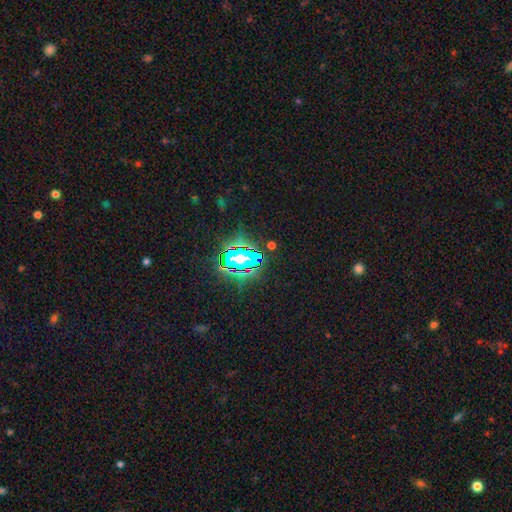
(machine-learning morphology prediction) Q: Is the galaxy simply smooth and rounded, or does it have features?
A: star or artifact — 76%.